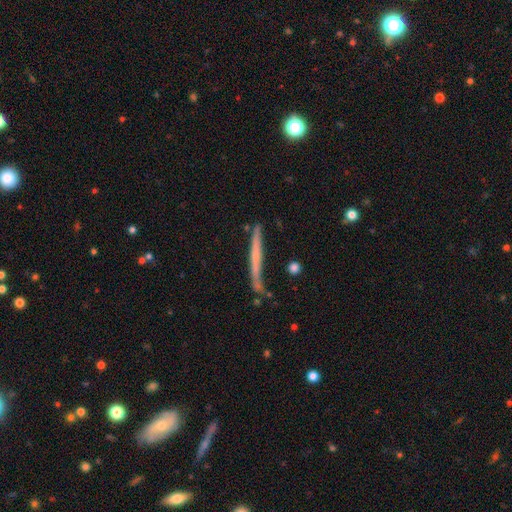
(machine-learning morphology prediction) smooth-or-featured: featured or disk: 52% | smooth: 42% | star or artifact: 6%
  disk-edge-on: yes: 95% | no: 5%
  merging: none: 72% | minor disturbance: 19% | merger: 5% | major disturbance: 4%